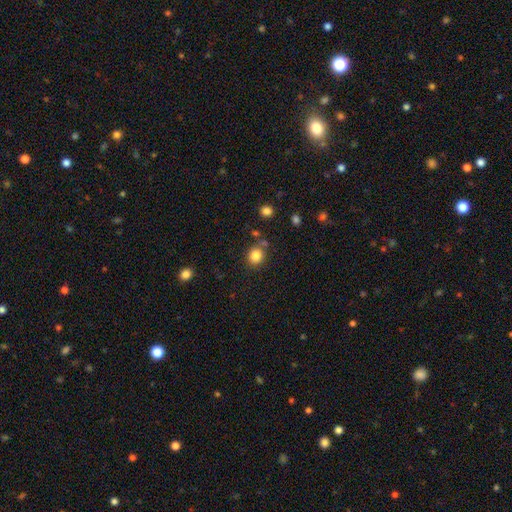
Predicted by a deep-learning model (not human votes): smooth-or-featured: smooth: 83% | star or artifact: 11% | featured or disk: 6%
  how-rounded: round: 78% | in between: 22% | cigar-shaped: 1%
  merging: none: 77% | minor disturbance: 11% | merger: 9% | major disturbance: 4%